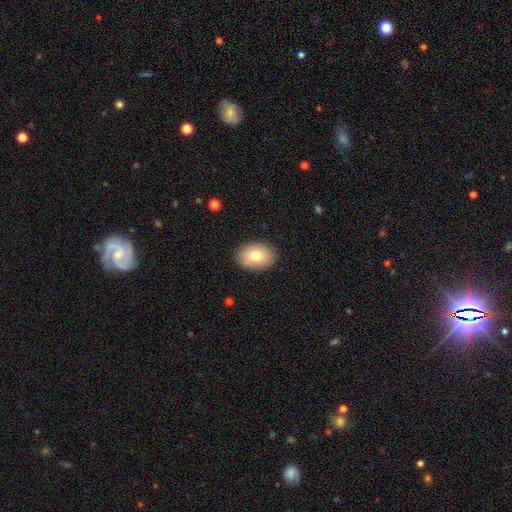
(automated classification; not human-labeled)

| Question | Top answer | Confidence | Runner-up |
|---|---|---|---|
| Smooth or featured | smooth | 77% | featured or disk (15%) |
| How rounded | in between | 74% | round (25%) |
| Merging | none | 88% | minor disturbance (9%) |